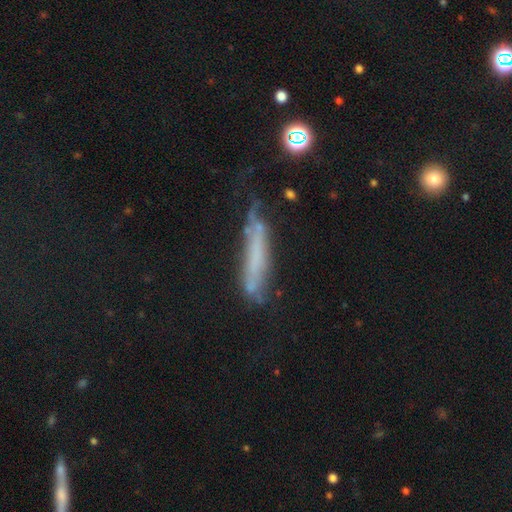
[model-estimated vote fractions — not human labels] smooth-or-featured: smooth: 42% | featured or disk: 40% | star or artifact: 18%
  merging: none: 51% | minor disturbance: 31% | major disturbance: 14% | merger: 4%